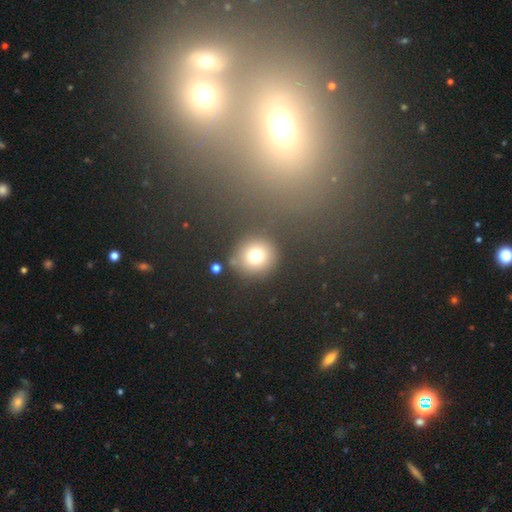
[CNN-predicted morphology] type=smooth (76%); roundness=round (88%); merging=none (81%).